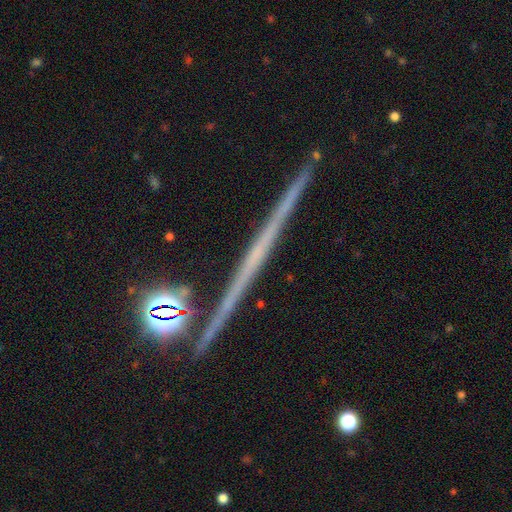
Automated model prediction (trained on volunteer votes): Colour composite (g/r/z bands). It shows a featured or disk galaxy (67%) viewed edge-on (97%) with no central bulge (79%). Merging: none (90%).